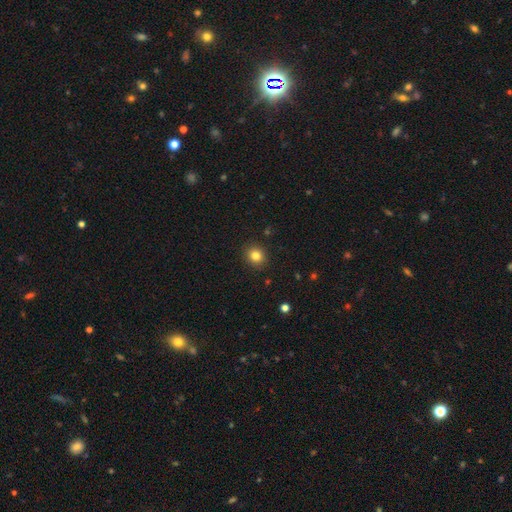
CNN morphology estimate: Smooth or featured?
  - smooth: 83% *
  - star or artifact: 11%
  - featured or disk: 6%
How rounded?
  - round: 80% *
  - in between: 19%
  - cigar-shaped: 1%
Merging?
  - none: 91% *
  - minor disturbance: 6%
  - major disturbance: 2%
  - merger: 1%